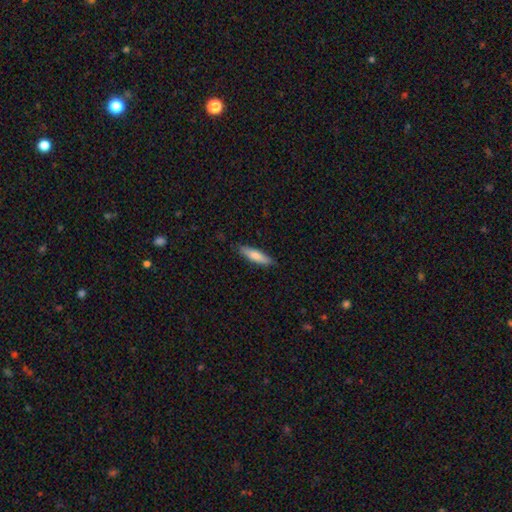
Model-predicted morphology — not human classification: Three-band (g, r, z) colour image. It shows a smooth galaxy with no disk features (75%) that is cigar-shaped (71%). Merging: none (85%).